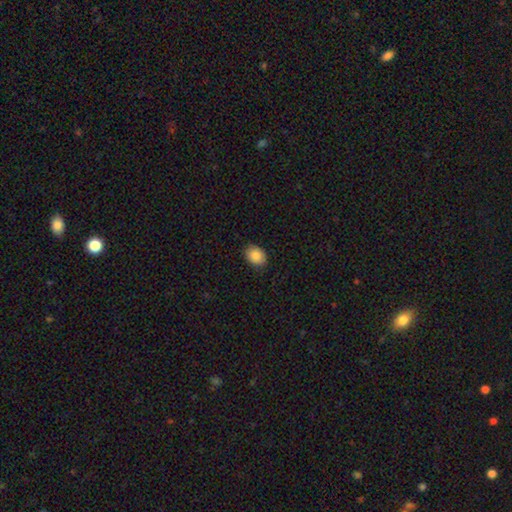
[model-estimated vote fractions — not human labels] Smooth or featured? smooth (88%)
How rounded? in between (64%)
Merging? none (85%)